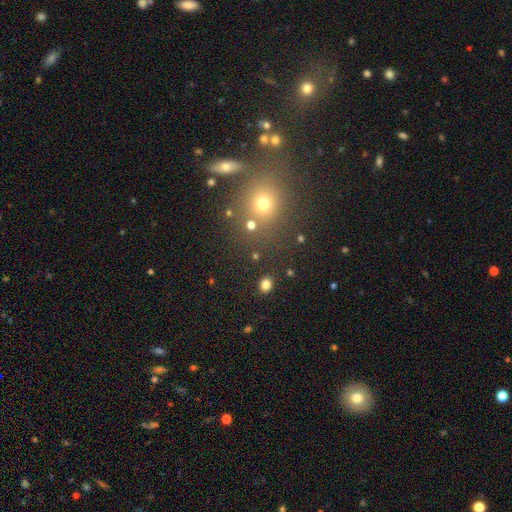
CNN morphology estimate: Q: Smooth or featured?
A: smooth (64%); runner-up: star or artifact (28%)
Q: How rounded?
A: round (73%); runner-up: in between (25%)
Q: Merging?
A: none (80%); runner-up: minor disturbance (8%)